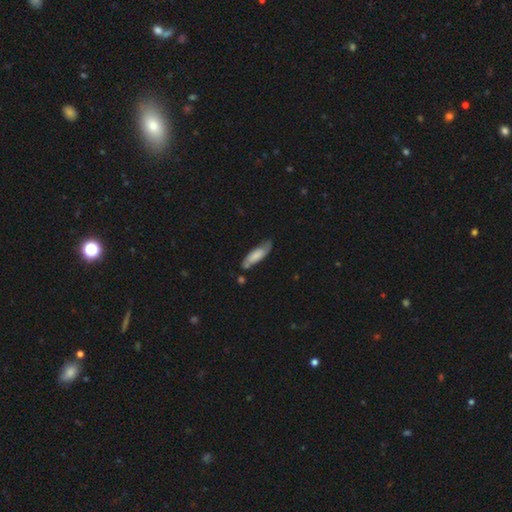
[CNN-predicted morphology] The model was most divided on "how rounded": in between: 51%, cigar-shaped: 47%, round: 2%. More confident: smooth or featured — smooth (62%); merging — none (62%).